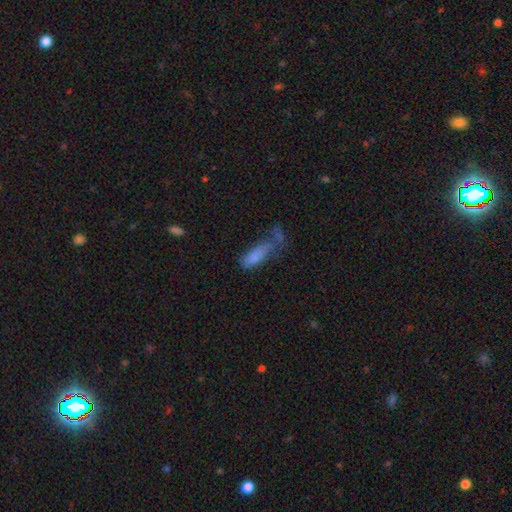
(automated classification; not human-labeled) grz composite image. It shows a smooth galaxy with no disk features (74%) that is in between round and cigar-shaped (58%). Merging: major disturbance (35%).